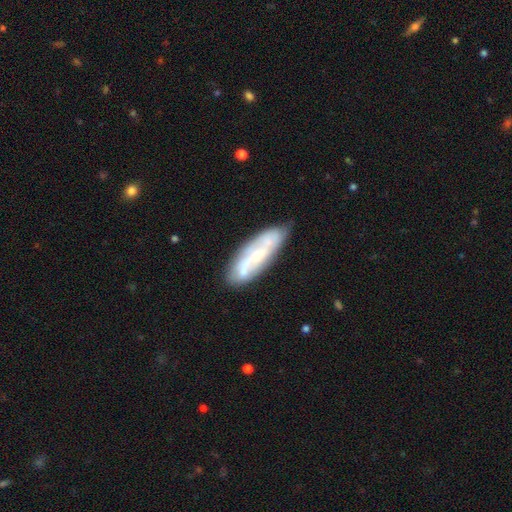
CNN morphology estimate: Overall: featured or disk (63%; smooth 30%). Edge-on disk: no (84%). Bar: no (62%; weak 28%). Spiral arms: yes (70%; no 30%). Bulge size: small (58%; moderate 32%). Merging: none (69%).